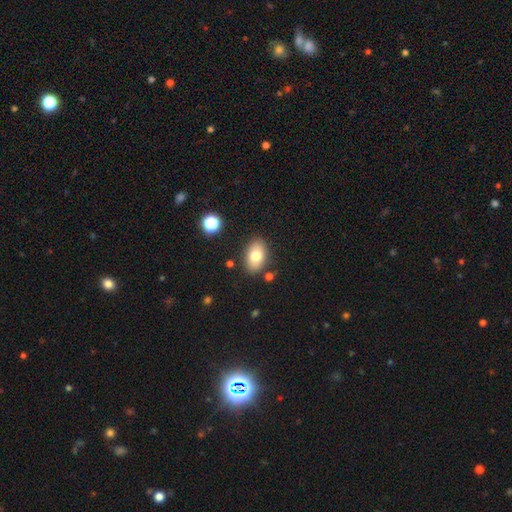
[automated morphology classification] A smooth galaxy with no disk features (77%) that is in between round and cigar-shaped (88%).

Vote fractions:
- Smooth or featured? smooth: 77% / featured or disk: 15% / star or artifact: 9%
- How rounded? in between: 88% / round: 10% / cigar-shaped: 1%
- Merging? none: 84% / minor disturbance: 11% / merger: 3% / major disturbance: 3%